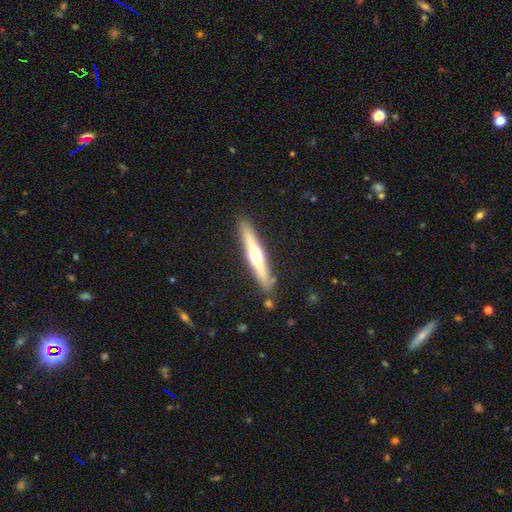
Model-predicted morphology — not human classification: The model was most divided on "smooth or featured": featured or disk: 57%, smooth: 38%, star or artifact: 5%. More confident: edge-on disk — yes (95%); edge-on bulge — rounded (89%); merging — none (88%).